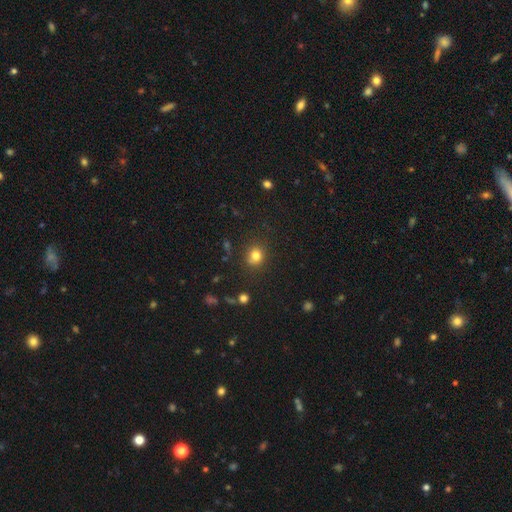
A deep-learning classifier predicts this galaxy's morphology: Smooth or featured?
  - smooth: 79% *
  - star or artifact: 15%
  - featured or disk: 7%
How rounded?
  - round: 78% *
  - in between: 21%
  - cigar-shaped: 1%
Merging?
  - none: 77% *
  - minor disturbance: 13%
  - merger: 6%
  - major disturbance: 4%